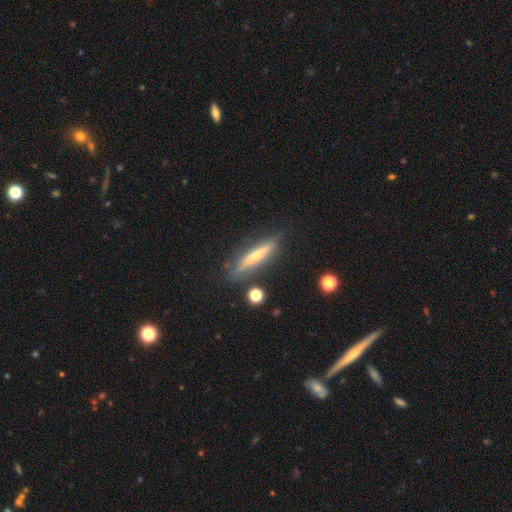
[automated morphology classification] Smooth or featured?
  - featured or disk: 49% *
  - smooth: 43%
  - star or artifact: 7%
Merging?
  - none: 79% *
  - minor disturbance: 14%
  - major disturbance: 4%
  - merger: 3%